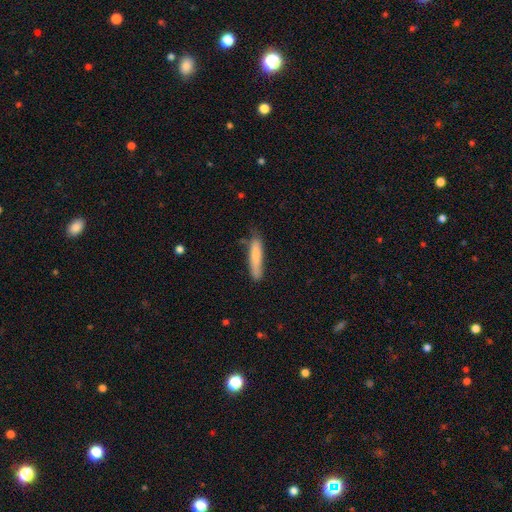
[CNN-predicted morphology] Smooth or featured?
  - smooth: 78% *
  - featured or disk: 16%
  - star or artifact: 6%
How rounded?
  - cigar-shaped: 88% *
  - in between: 11%
  - round: 1%
Merging?
  - none: 71% *
  - minor disturbance: 22%
  - major disturbance: 4%
  - merger: 3%